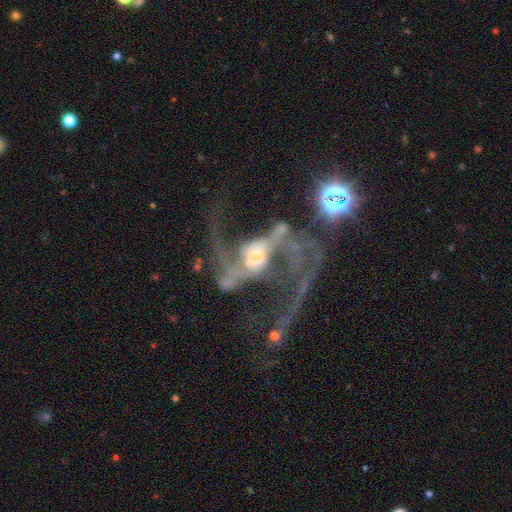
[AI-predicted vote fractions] Smooth or featured? Predicted: featured or disk (p=0.79). Edge-on disk? Predicted: no (p=0.93). Bar? Predicted: no (p=0.51). Spiral arms? Predicted: yes (p=0.80). Spiral winding? Predicted: loose (p=0.76). Spiral arm count? Predicted: 2 (p=0.71). Bulge size? Predicted: moderate (p=0.30). Merging? Predicted: major disturbance (p=0.38).